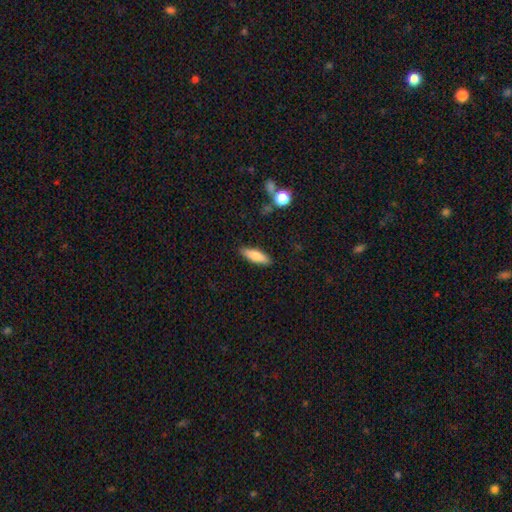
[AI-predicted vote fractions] Smooth or featured? smooth (76%)
How rounded? cigar-shaped (52%)
Merging? none (88%)